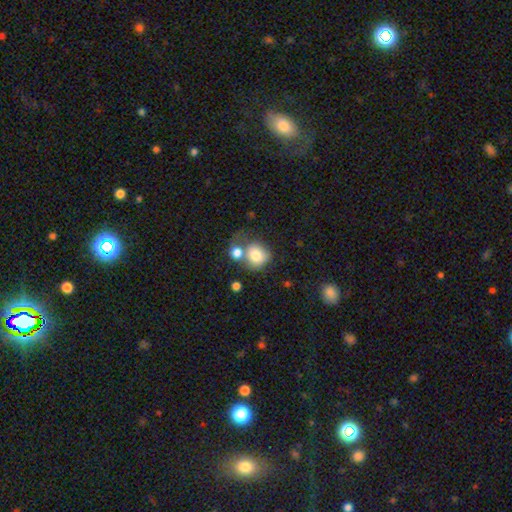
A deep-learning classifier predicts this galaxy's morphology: The model was most divided on "merging": merger: 45%, none: 32%, minor disturbance: 13%, major disturbance: 10%. More confident: smooth or featured — smooth (79%); how rounded — round (71%).